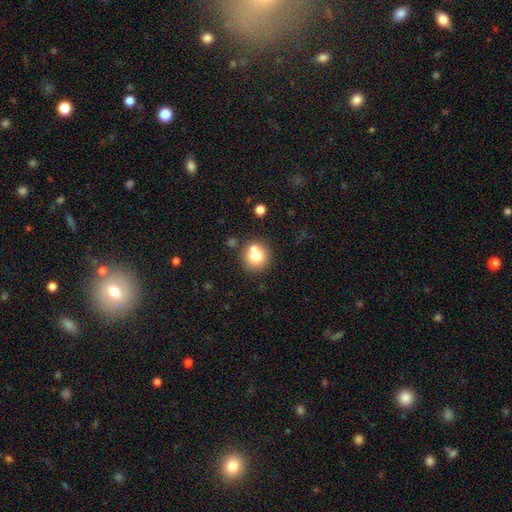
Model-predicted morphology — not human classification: A smooth galaxy with no disk features (74%) that is round (91%).

Vote fractions:
- Smooth or featured? smooth: 74% / featured or disk: 15% / star or artifact: 12%
- How rounded? round: 91% / in between: 8% / cigar-shaped: 1%
- Merging? none: 67% / merger: 20% / minor disturbance: 9% / major disturbance: 3%